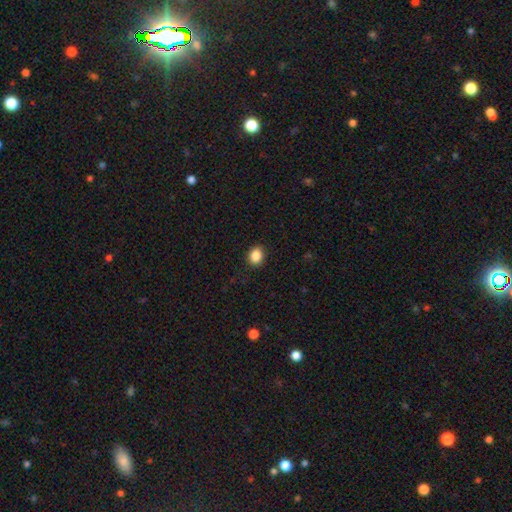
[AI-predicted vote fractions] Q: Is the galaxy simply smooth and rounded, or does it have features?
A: smooth — 87%.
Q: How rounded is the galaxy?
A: round — 57%.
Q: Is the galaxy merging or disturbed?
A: none — 89%.